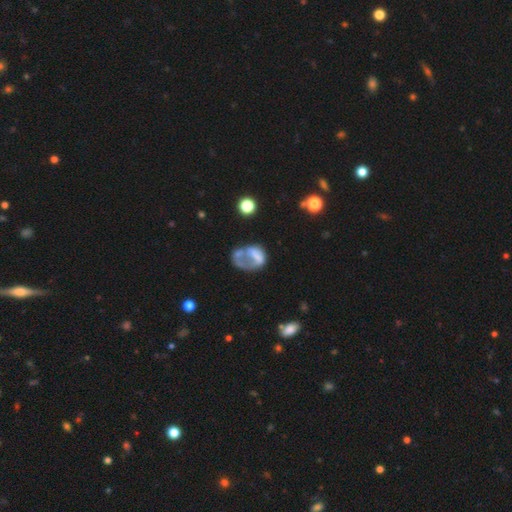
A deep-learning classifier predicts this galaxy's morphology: Overall: featured or disk (48%; smooth 40%). Merging: major disturbance (40%; none 25%).